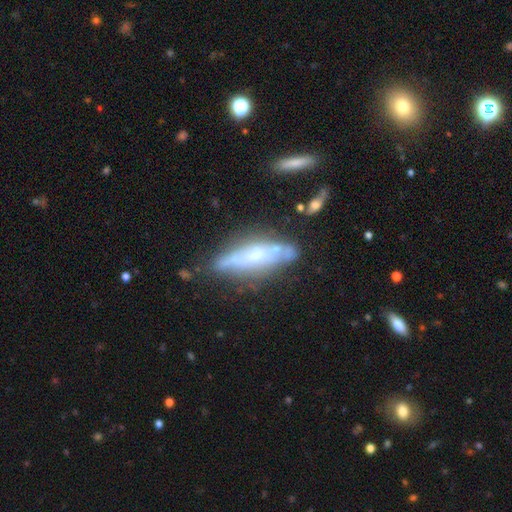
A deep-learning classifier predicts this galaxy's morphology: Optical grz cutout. It shows a featured or disk galaxy (65%) viewed edge-on (53%). Merging: none (61%).